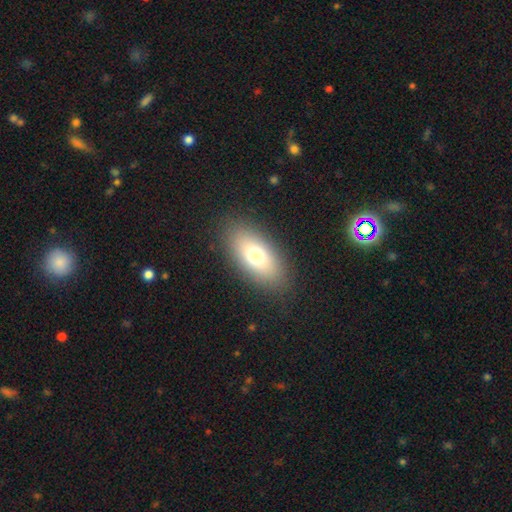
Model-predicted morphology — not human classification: Smooth or featured?
  - smooth: 71% *
  - featured or disk: 18%
  - star or artifact: 10%
How rounded?
  - in between: 87% *
  - cigar-shaped: 7%
  - round: 6%
Merging?
  - none: 85% *
  - minor disturbance: 9%
  - major disturbance: 4%
  - merger: 1%